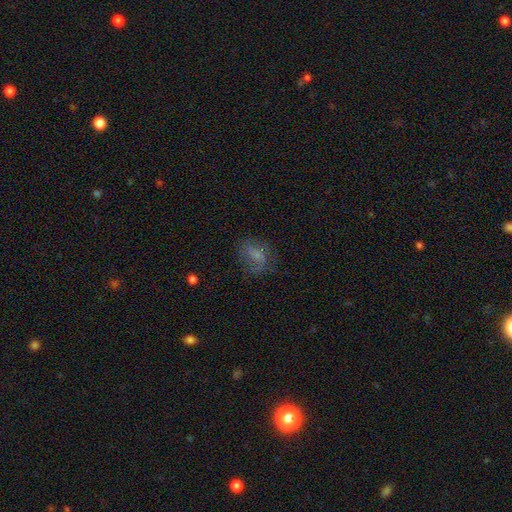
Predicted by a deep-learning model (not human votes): smooth 57%, featured or disk 28%, star or artifact 15%. Down the decision tree: how rounded — in between (64%); merging — none (57%).